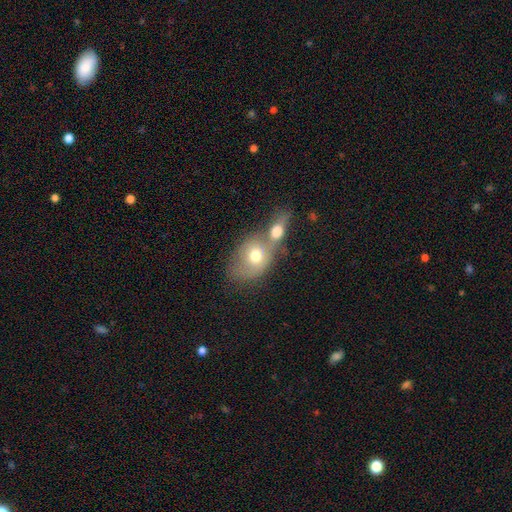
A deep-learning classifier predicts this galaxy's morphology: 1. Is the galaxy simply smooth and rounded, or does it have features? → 54% smooth, 31% featured or disk, 14% star or artifact.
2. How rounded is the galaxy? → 55% in between, 43% round, 3% cigar-shaped.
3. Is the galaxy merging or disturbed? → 55% merger, 30% none, 10% minor disturbance, 5% major disturbance.